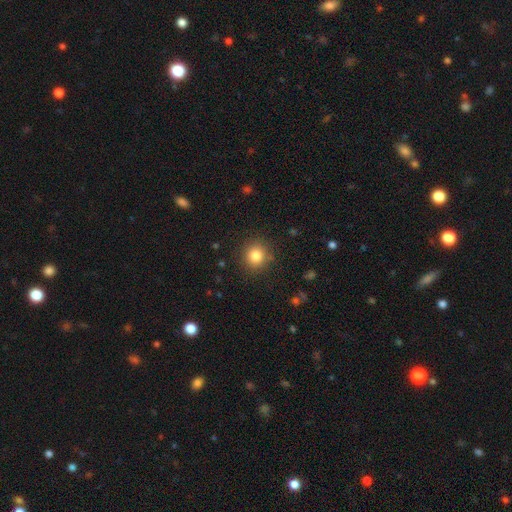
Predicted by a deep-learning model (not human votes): A smooth galaxy with no disk features (82%) that is round (92%).

Vote fractions:
- Smooth or featured? smooth: 82% / star or artifact: 12% / featured or disk: 6%
- How rounded? round: 92% / in between: 7% / cigar-shaped: 1%
- Merging? none: 88% / minor disturbance: 8% / major disturbance: 3% / merger: 1%